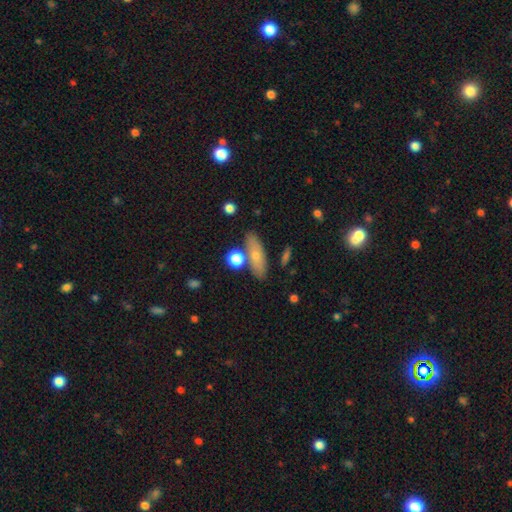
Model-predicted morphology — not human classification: type=smooth (66%); roundness=in between (47%); merging=none (75%).